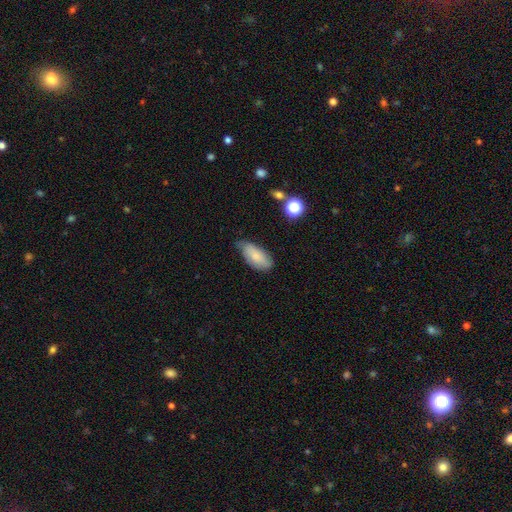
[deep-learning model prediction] smooth_or_featured: smooth (p=0.77) [alt: featured or disk p=0.16]
how_rounded: in between (p=0.88) [alt: cigar-shaped p=0.10]
merging: none (p=0.56) [alt: minor disturbance p=0.35]